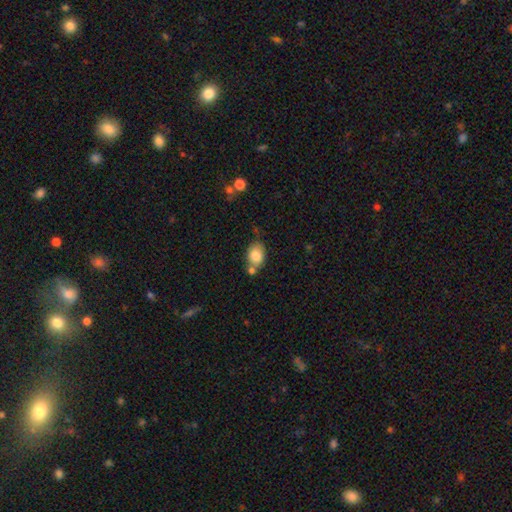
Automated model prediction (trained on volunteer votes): Q: Smooth or featured?
A: smooth (82%); runner-up: featured or disk (10%)
Q: How rounded?
A: in between (71%); runner-up: round (28%)
Q: Merging?
A: none (57%); runner-up: merger (20%)